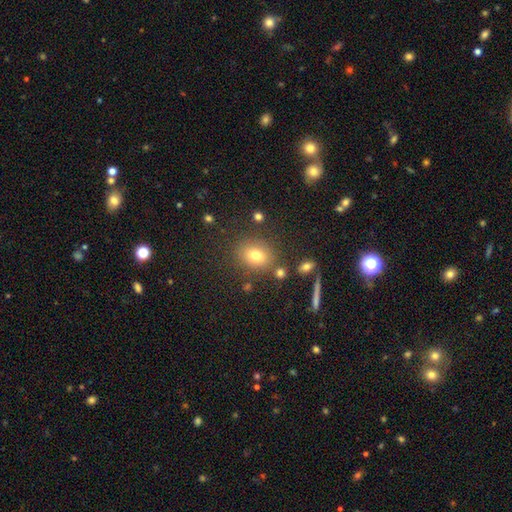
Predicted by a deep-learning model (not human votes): Overall: smooth (75%). How rounded: round (60%; in between 39%). Merging: none (79%).